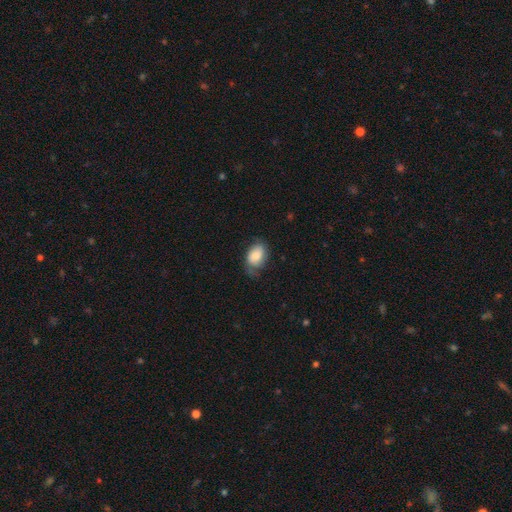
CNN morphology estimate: Q: Smooth or featured?
A: smooth (73%); runner-up: featured or disk (20%)
Q: How rounded?
A: in between (84%); runner-up: round (15%)
Q: Merging?
A: none (51%); runner-up: minor disturbance (33%)